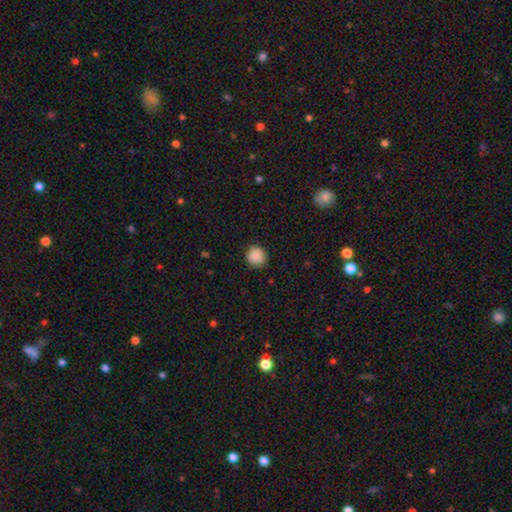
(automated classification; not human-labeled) smooth-or-featured: smooth: 88% | star or artifact: 8% | featured or disk: 3%
  how-rounded: round: 93% | in between: 6% | cigar-shaped: 1%
  merging: none: 88% | minor disturbance: 9% | major disturbance: 2% | merger: 1%